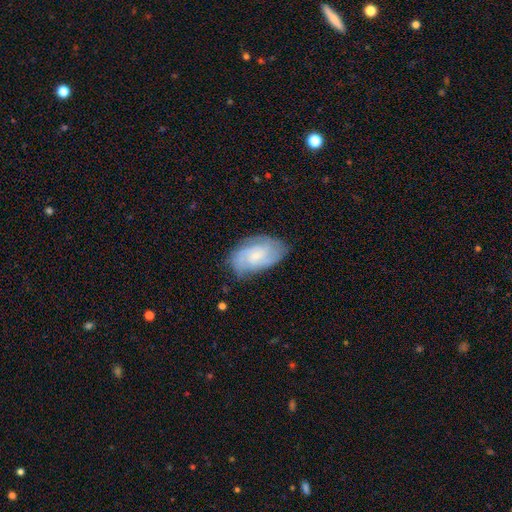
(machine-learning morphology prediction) Smooth or featured?
  - featured or disk: 64% *
  - smooth: 29%
  - star or artifact: 7%
Edge-on disk?
  - no: 96% *
  - yes: 4%
Bar?
  - no: 60% *
  - weak: 35%
  - strong: 5%
Spiral arms?
  - yes: 92% *
  - no: 8%
Spiral winding?
  - tight: 50% *
  - medium: 38%
  - loose: 11%
Spiral arm count?
  - can't tell: 36% *
  - 3: 24%
  - 2: 21%
  - 4: 11%
  - 1: 4%
  - more than 4: 4%
Bulge size?
  - small: 56% *
  - moderate: 27%
  - none: 13%
  - large: 3%
  - dominant: 1%
Merging?
  - none: 73% *
  - minor disturbance: 20%
  - major disturbance: 5%
  - merger: 1%